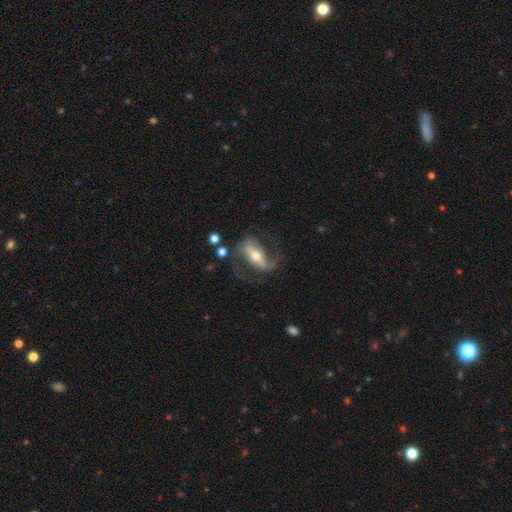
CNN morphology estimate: type=featured or disk (80%); edge-on=no (87%); bar=strong (60%); spiral arms=yes (88%); winding=loose (48%); arm count=2 (87%); bulge=moderate (59%); merging=none (62%).